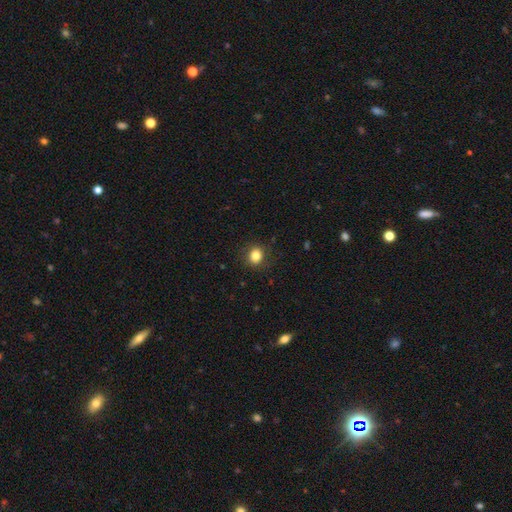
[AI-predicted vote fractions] Smooth or featured: smooth — 84% (star or artifact — 11%)
How rounded: round — 70% (in between — 29%)
Merging: none — 86% (minor disturbance — 10%)